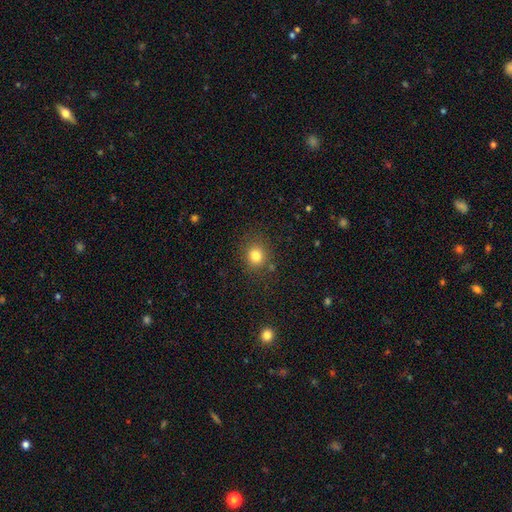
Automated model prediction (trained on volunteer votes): A smooth galaxy with no disk features (81%) that is round (81%). Merging: none (82%).